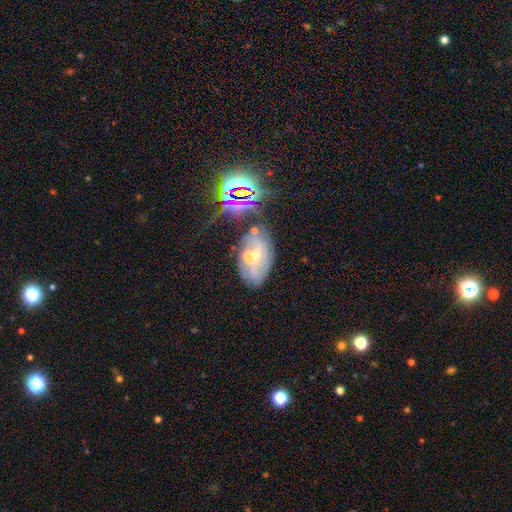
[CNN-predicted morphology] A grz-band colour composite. It shows a featured or disk galaxy (63%) with no bar (48%), spiral arms (75%) and a moderate central bulge (61%). Merging: none (56%).